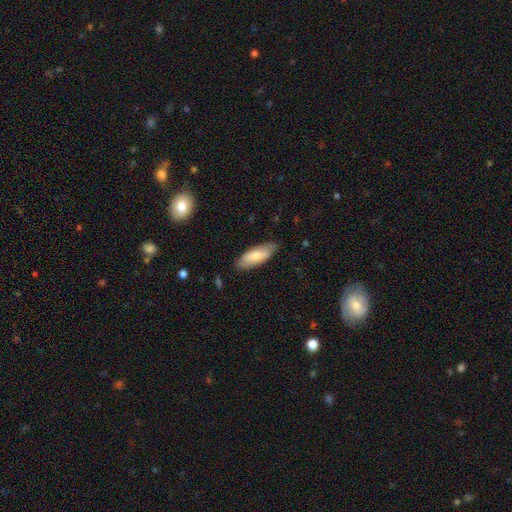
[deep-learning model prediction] A smooth galaxy with no disk features (77%) that is in between round and cigar-shaped (71%). Merging: none (81%).